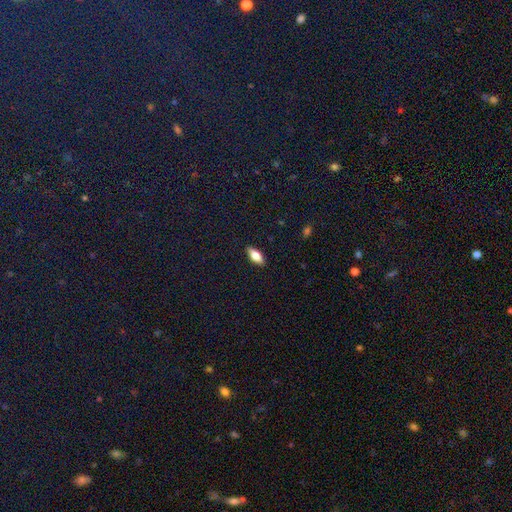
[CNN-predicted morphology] A smooth galaxy with no disk features (70%) that is in between round and cigar-shaped (76%).

Vote fractions:
- Smooth or featured? smooth: 70% / featured or disk: 24% / star or artifact: 7%
- How rounded? in between: 76% / cigar-shaped: 21% / round: 3%
- Merging? none: 90% / minor disturbance: 8% / major disturbance: 2% / merger: 1%